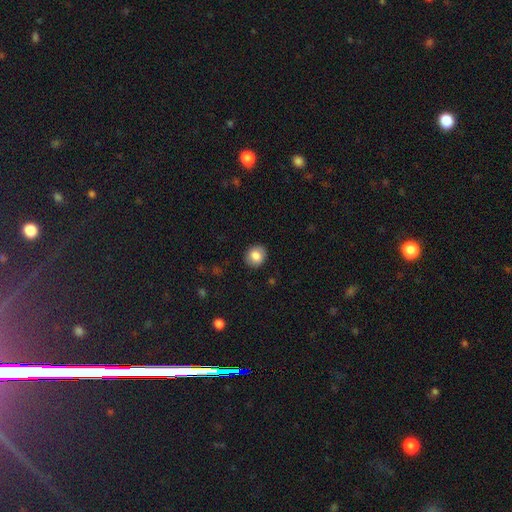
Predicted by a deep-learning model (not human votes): smooth 81%, featured or disk 11%, star or artifact 8%. Down the decision tree: how rounded — round (76%); merging — none (88%).